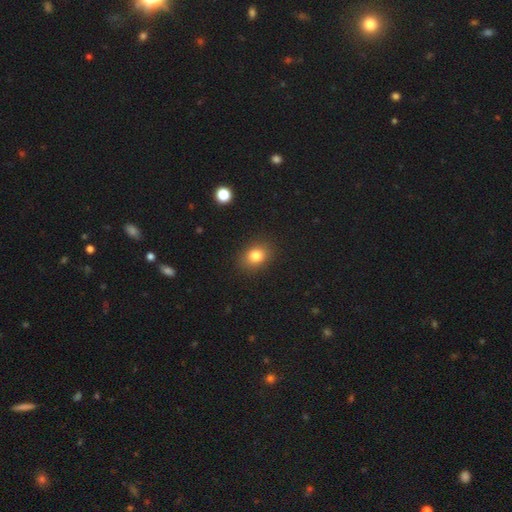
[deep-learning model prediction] Smooth or featured?
  - smooth: 81% *
  - star or artifact: 12%
  - featured or disk: 7%
How rounded?
  - in between: 51% *
  - round: 48%
  - cigar-shaped: 1%
Merging?
  - none: 87% *
  - minor disturbance: 9%
  - major disturbance: 3%
  - merger: 1%